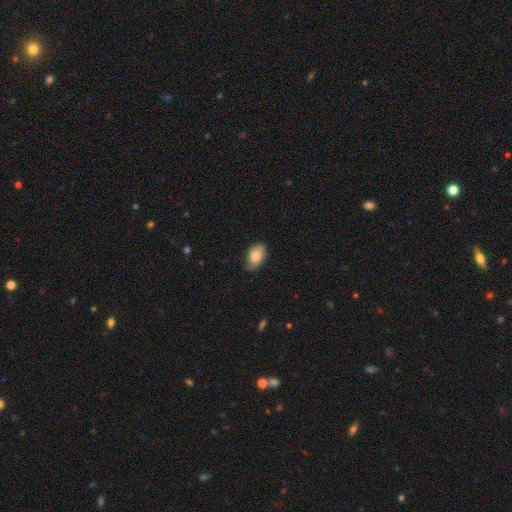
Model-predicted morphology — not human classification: smooth_or_featured: smooth (p=0.77) [alt: featured or disk p=0.16]
how_rounded: in between (p=0.90) [alt: round p=0.09]
merging: none (p=0.67) [alt: minor disturbance p=0.27]